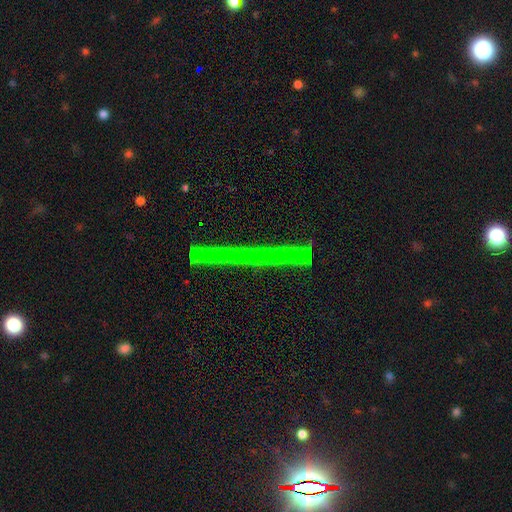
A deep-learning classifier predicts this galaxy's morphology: This appears to be a featured or disk galaxy (63%) viewed edge-on (97%) with no central bulge (88%). Merging: none (89%).